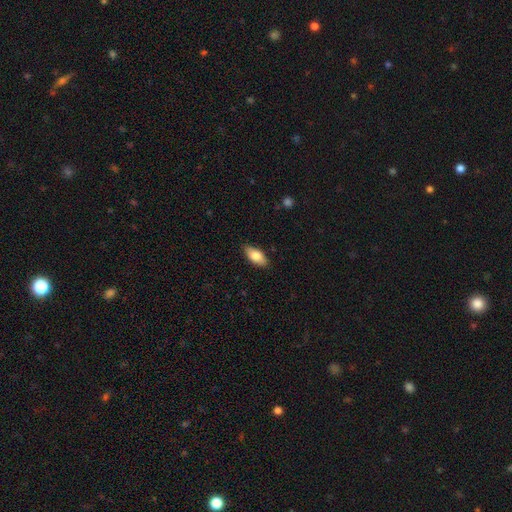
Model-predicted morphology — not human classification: A smooth galaxy with no disk features (79%) that is in between round and cigar-shaped (87%). Merging: none (86%).